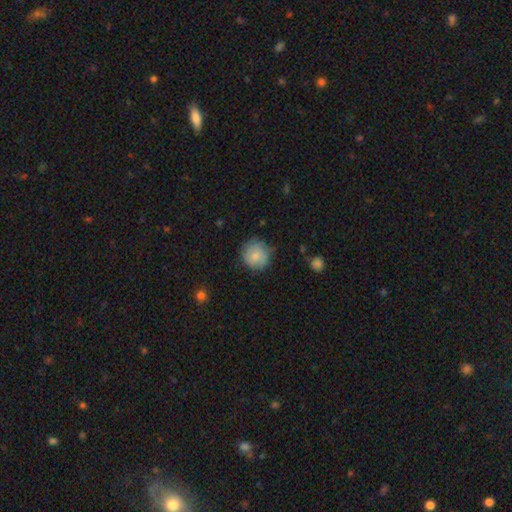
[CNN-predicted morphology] Smooth or featured?
  - smooth: 72% *
  - featured or disk: 21%
  - star or artifact: 7%
How rounded?
  - round: 89% *
  - in between: 10%
  - cigar-shaped: 1%
Merging?
  - none: 68% *
  - minor disturbance: 25%
  - major disturbance: 6%
  - merger: 2%